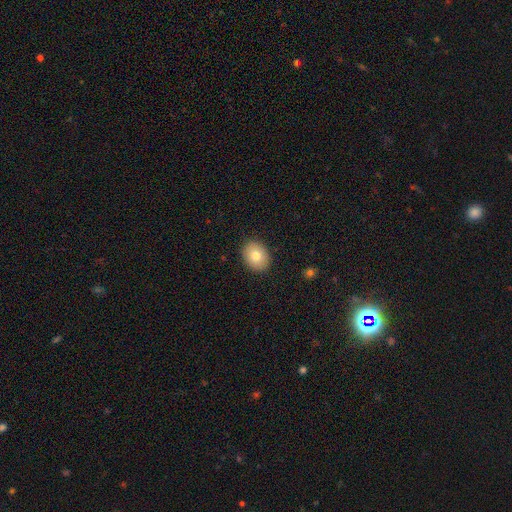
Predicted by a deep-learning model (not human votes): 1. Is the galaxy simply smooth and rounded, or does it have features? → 78% smooth, 14% featured or disk, 8% star or artifact.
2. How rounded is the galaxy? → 60% in between, 40% round, 1% cigar-shaped.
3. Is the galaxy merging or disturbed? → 89% none, 8% minor disturbance, 2% major disturbance, 1% merger.